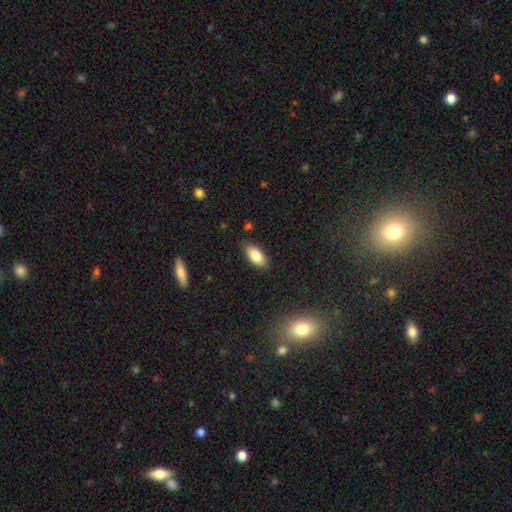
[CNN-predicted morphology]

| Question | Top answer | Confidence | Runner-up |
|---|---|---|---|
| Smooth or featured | smooth | 84% | featured or disk (9%) |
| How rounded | in between | 91% | cigar-shaped (6%) |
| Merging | none | 83% | minor disturbance (13%) |